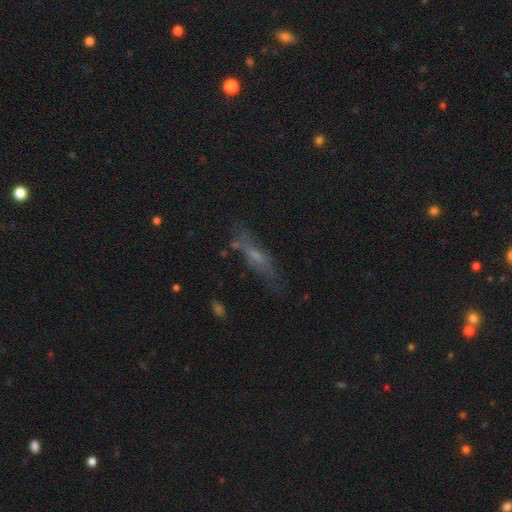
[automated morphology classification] Q: Smooth or featured?
A: featured or disk (45%); runner-up: smooth (41%)
Q: Merging?
A: none (64%); runner-up: minor disturbance (21%)